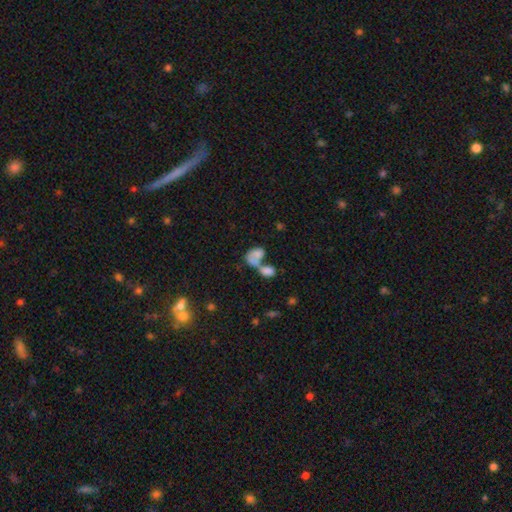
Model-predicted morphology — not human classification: Overall: smooth (72%). How rounded: in between (81%). Merging: merger (69%).